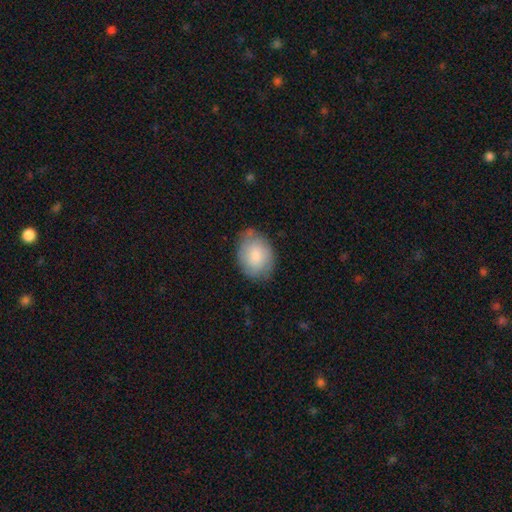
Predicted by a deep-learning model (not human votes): Morphology: type=smooth (76%); roundness=in between (76%); merging=none (69%).